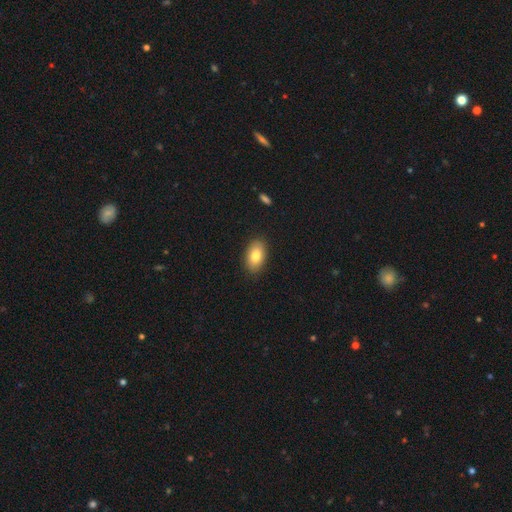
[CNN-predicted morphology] smooth 83%, featured or disk 10%, star or artifact 7%. Down the decision tree: how rounded — in between (91%); merging — none (87%).